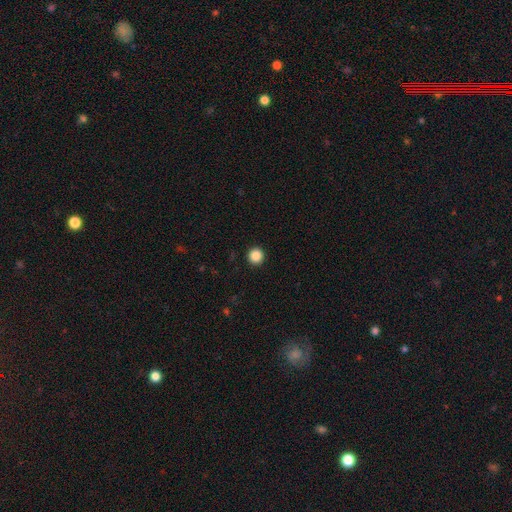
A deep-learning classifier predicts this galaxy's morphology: This is clearly a smooth galaxy (87%). How rounded: clearly round (96%). Merging: clearly none (93%).